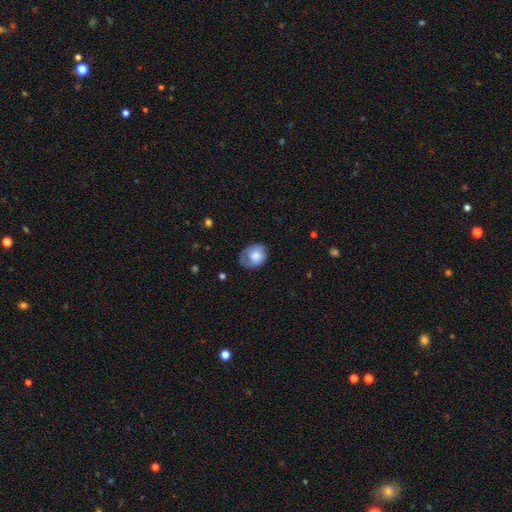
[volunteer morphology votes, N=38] A smooth galaxy with no disk features (71%) that is in between round and cigar-shaped (67%).

Vote fractions:
- Smooth or featured? smooth: 71% / featured or disk: 24% / star or artifact: 5%
- How rounded? in between: 67% / round: 33% / cigar-shaped: 0%
- Merging? none: 39% (tied) / minor disturbance: 39% (tied) / major disturbance: 19% / merger: 3%